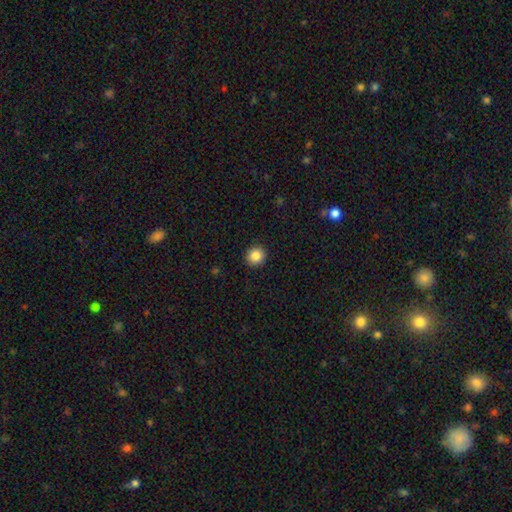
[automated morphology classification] Smooth or featured? smooth (85%)
How rounded? round (91%)
Merging? none (92%)